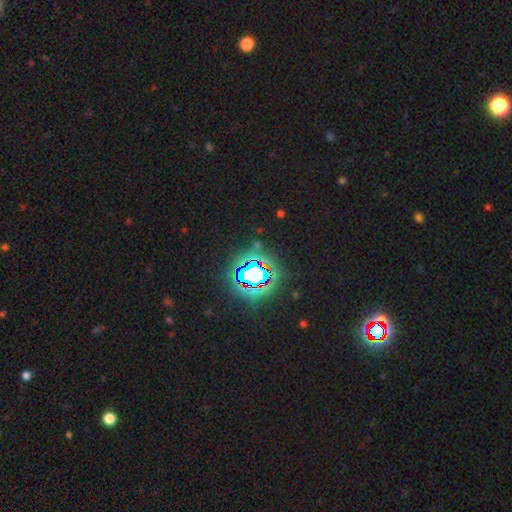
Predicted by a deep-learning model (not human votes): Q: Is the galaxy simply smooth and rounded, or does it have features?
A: star or artifact — 83%.